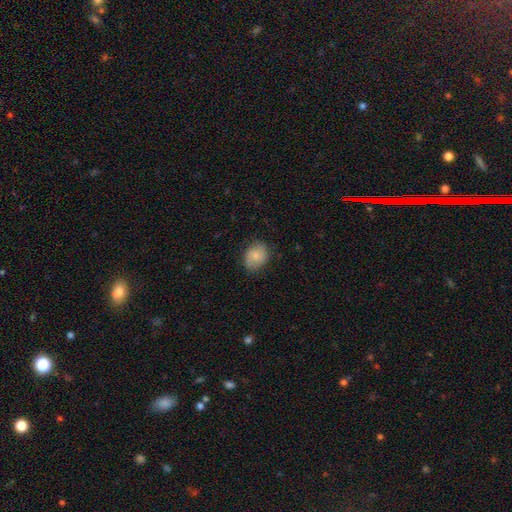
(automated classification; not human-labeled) smooth-or-featured: smooth: 75% | featured or disk: 17% | star or artifact: 7%
  how-rounded: round: 52% | in between: 47% | cigar-shaped: 1%
  merging: none: 75% | minor disturbance: 19% | major disturbance: 5% | merger: 1%